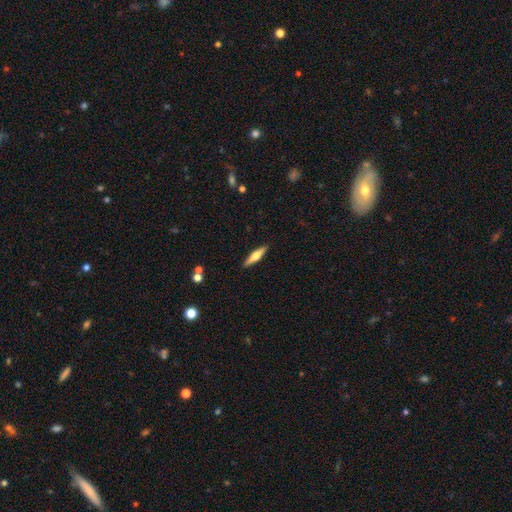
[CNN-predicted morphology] The model was most divided on "smooth or featured" (2-way tie): smooth: 47%, featured or disk: 47%, star or artifact: 6%. More confident: merging — none (90%).